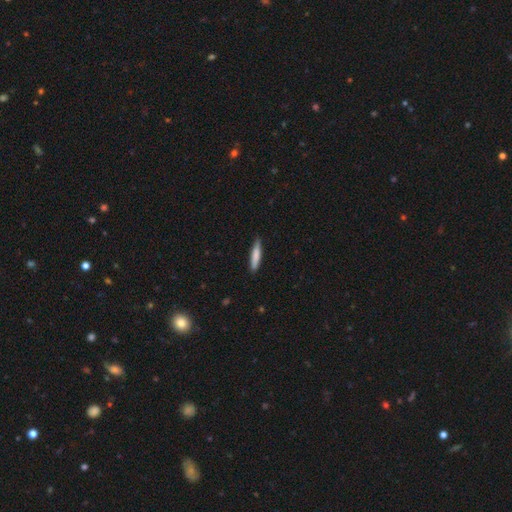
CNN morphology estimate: Smooth or featured: smooth — 78% (featured or disk — 16%)
How rounded: cigar-shaped — 89% (in between — 10%)
Merging: none — 86% (minor disturbance — 11%)